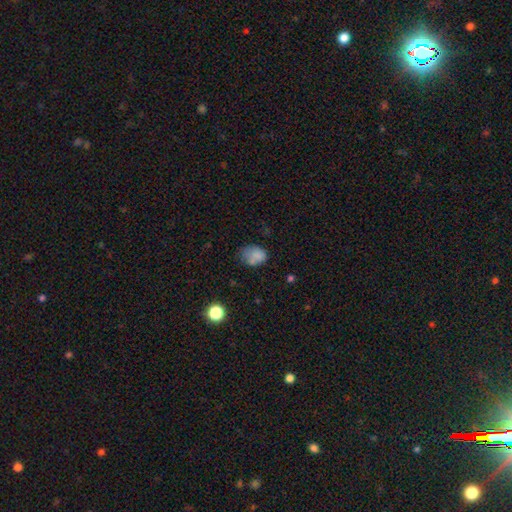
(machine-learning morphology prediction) type=smooth (76%); roundness=in between (67%); merging=none (46%).